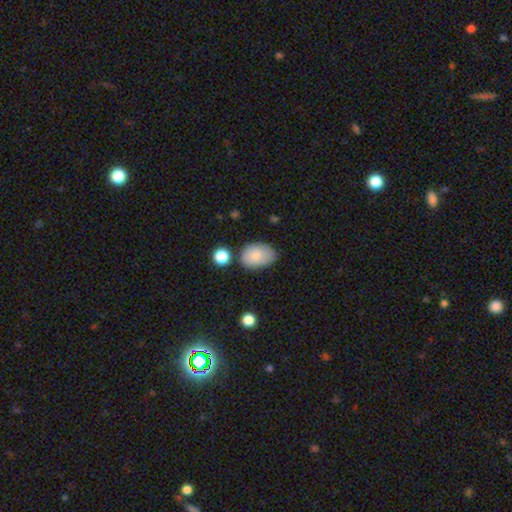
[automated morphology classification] Smooth or featured?
  - smooth: 82% *
  - featured or disk: 11%
  - star or artifact: 8%
How rounded?
  - in between: 84% *
  - round: 15%
  - cigar-shaped: 1%
Merging?
  - none: 63% *
  - minor disturbance: 25%
  - merger: 7%
  - major disturbance: 5%